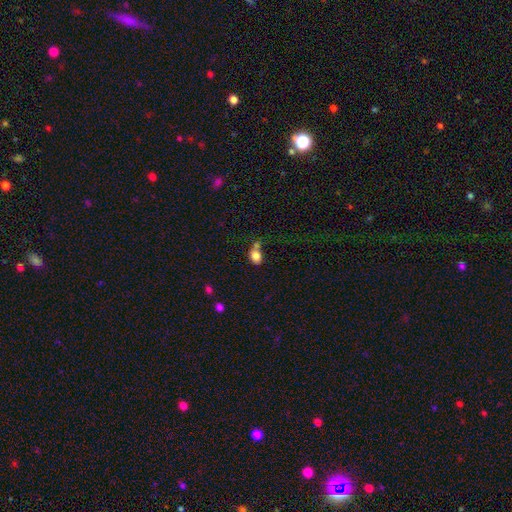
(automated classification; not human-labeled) smooth-or-featured: smooth: 82% | star or artifact: 10% | featured or disk: 8%
  how-rounded: in between: 58% | round: 41% | cigar-shaped: 1%
  merging: none: 43% | merger: 36% | minor disturbance: 15% | major disturbance: 6%